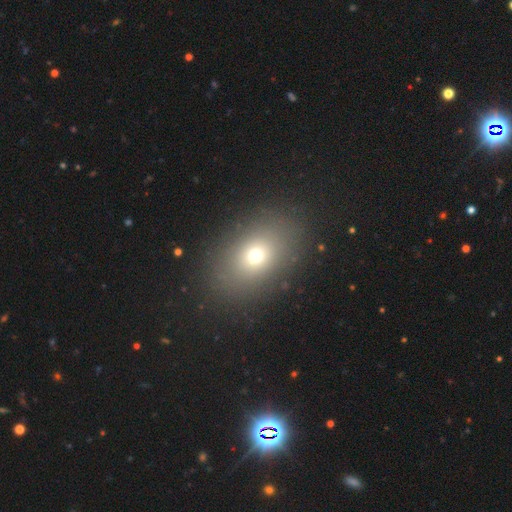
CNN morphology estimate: This appears to be a smooth galaxy with no disk features (67%) that is in between round and cigar-shaped (67%). Merging: none (84%).